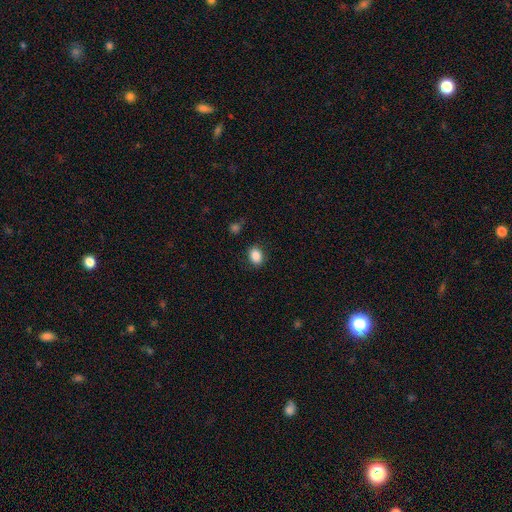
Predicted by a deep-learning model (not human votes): A smooth galaxy with no disk features (87%) that is in between round and cigar-shaped (65%). Merging: none (86%).